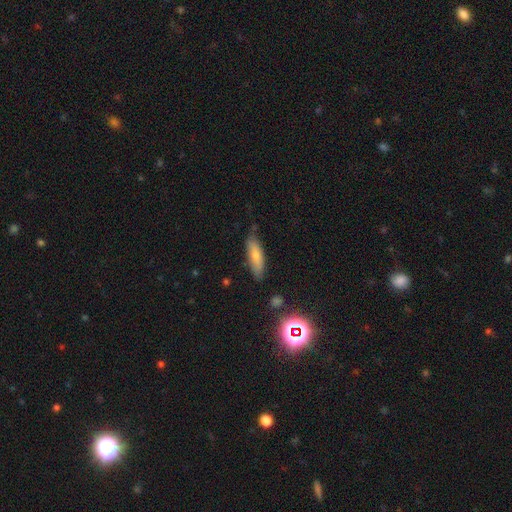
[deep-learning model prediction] smooth-or-featured: smooth: 75% | featured or disk: 18% | star or artifact: 8%
  how-rounded: cigar-shaped: 53% | in between: 45% | round: 2%
  merging: none: 72% | minor disturbance: 21% | major disturbance: 4% | merger: 2%